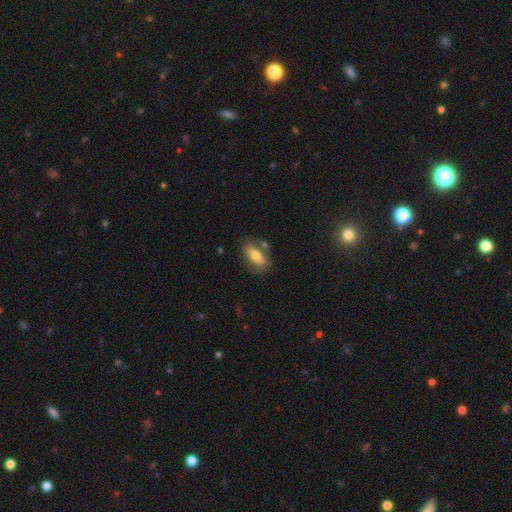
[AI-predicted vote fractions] Smooth or featured: smooth — 67% (featured or disk — 26%)
How rounded: in between — 83% (cigar-shaped — 12%)
Merging: none — 66% (minor disturbance — 17%)